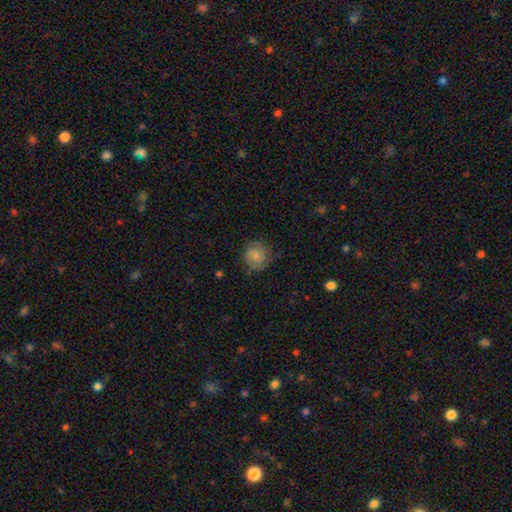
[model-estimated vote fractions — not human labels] Smooth or featured? smooth (63%)
How rounded? round (85%)
Merging? none (70%)